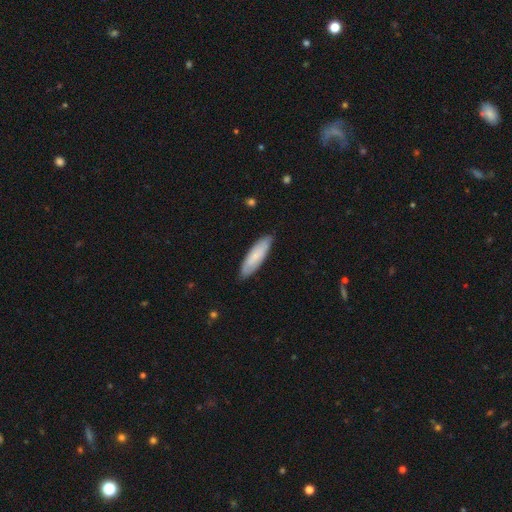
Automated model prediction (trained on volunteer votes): Smooth or featured?
  - smooth: 74% *
  - featured or disk: 21%
  - star or artifact: 6%
How rounded?
  - cigar-shaped: 57% *
  - in between: 41%
  - round: 1%
Merging?
  - none: 85% *
  - minor disturbance: 12%
  - major disturbance: 2%
  - merger: 1%